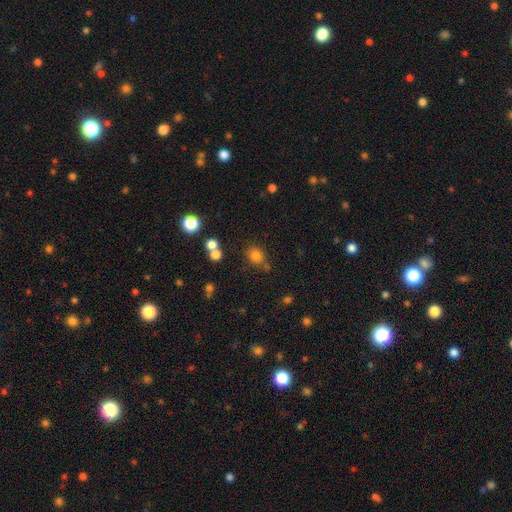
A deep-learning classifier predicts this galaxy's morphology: Smooth or featured: smooth — 78% (star or artifact — 15%)
How rounded: round — 68% (in between — 30%)
Merging: none — 69% (minor disturbance — 14%)